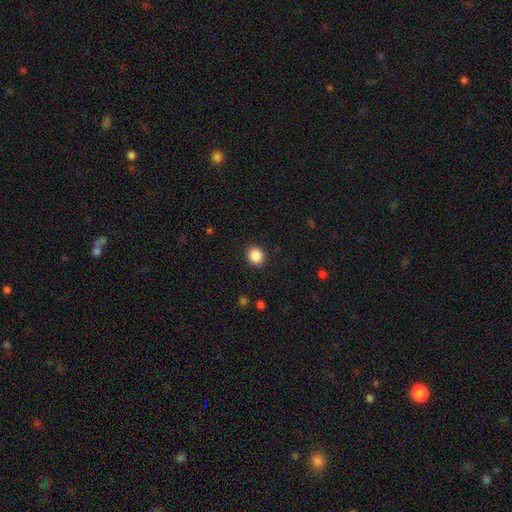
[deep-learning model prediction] Smooth or featured?
  - smooth: 88% *
  - star or artifact: 9%
  - featured or disk: 3%
How rounded?
  - round: 78% *
  - in between: 22%
  - cigar-shaped: 1%
Merging?
  - none: 91% *
  - minor disturbance: 6%
  - major disturbance: 2%
  - merger: 1%